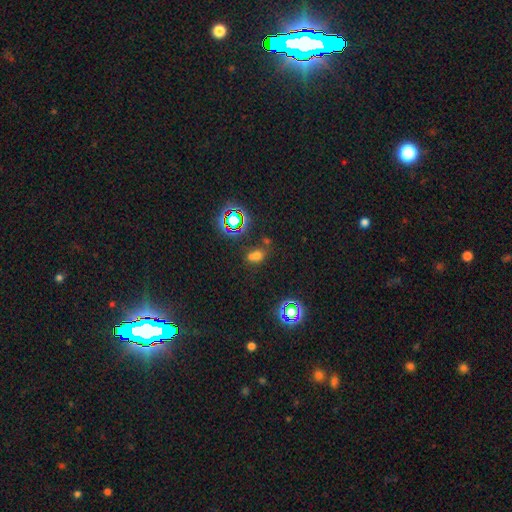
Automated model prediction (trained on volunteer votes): Smooth or featured?
  - smooth: 53% *
  - star or artifact: 36%
  - featured or disk: 10%
How rounded?
  - in between: 58% *
  - round: 39%
  - cigar-shaped: 3%
Merging?
  - none: 50% *
  - merger: 30%
  - minor disturbance: 13%
  - major disturbance: 6%